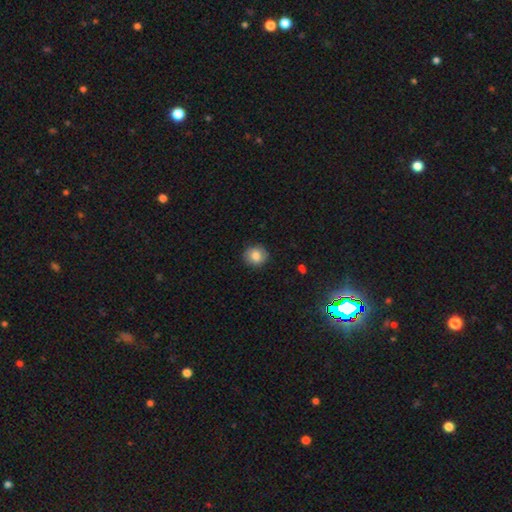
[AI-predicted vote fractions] Smooth or featured: smooth — 83% (star or artifact — 9%)
How rounded: round — 85% (in between — 14%)
Merging: none — 87% (minor disturbance — 10%)